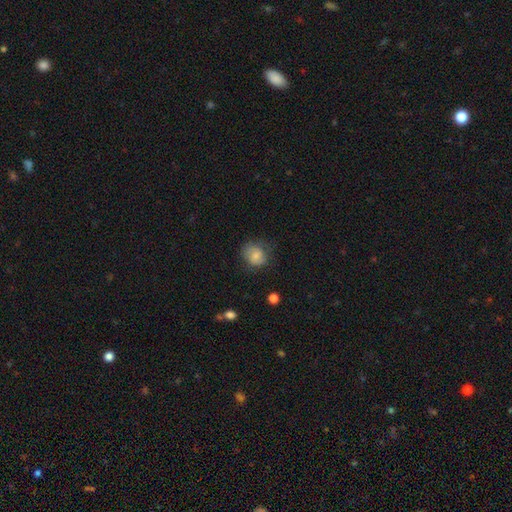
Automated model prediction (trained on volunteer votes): Smooth or featured? Predicted: smooth (p=0.74). How rounded? Predicted: round (p=0.64). Merging? Predicted: none (p=0.62).